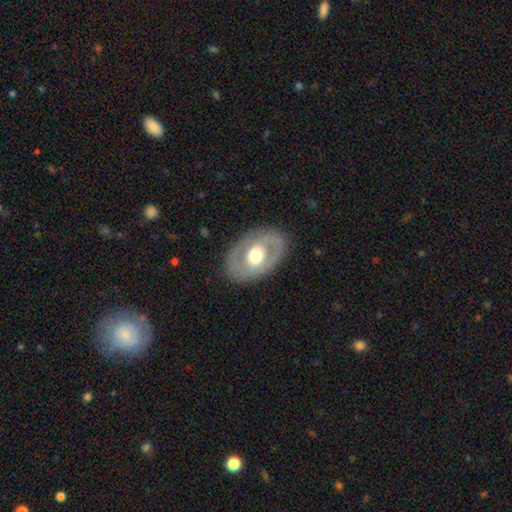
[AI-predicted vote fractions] A featured or disk galaxy (63%) with no bar (63%), no spiral arms (69%) and a moderate central bulge (62%). Merging: none (83%).